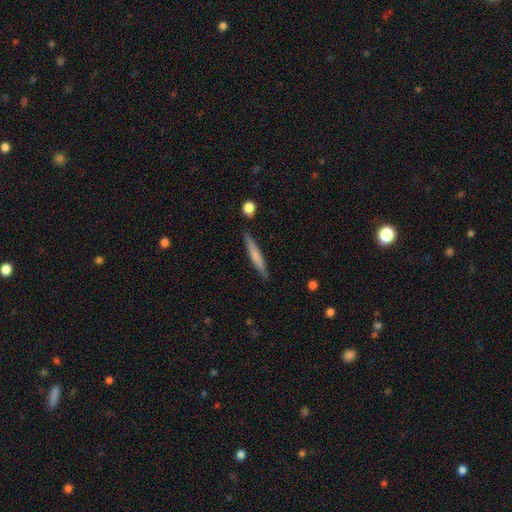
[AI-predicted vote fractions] smooth-or-featured: smooth: 63% | featured or disk: 31% | star or artifact: 6%
  how-rounded: cigar-shaped: 95% | in between: 4% | round: 1%
  merging: none: 88% | minor disturbance: 8% | merger: 2% | major disturbance: 2%